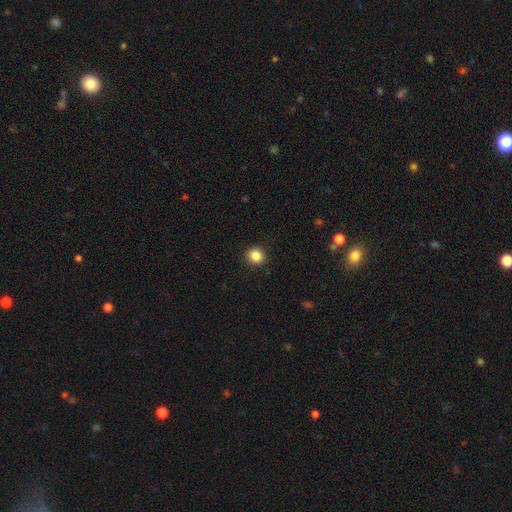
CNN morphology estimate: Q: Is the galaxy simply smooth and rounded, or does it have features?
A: smooth — 86%.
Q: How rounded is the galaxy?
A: round — 85%.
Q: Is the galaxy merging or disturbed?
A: none — 91%.